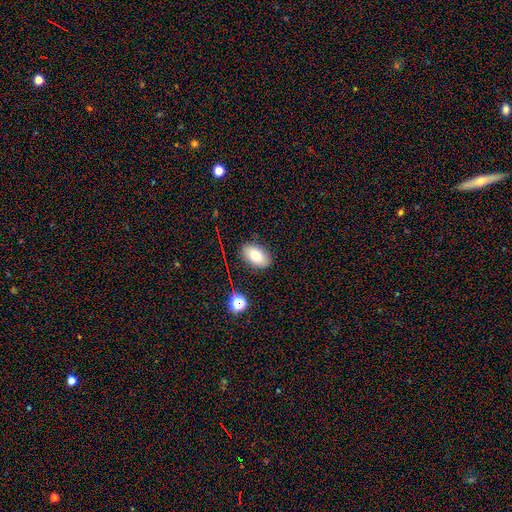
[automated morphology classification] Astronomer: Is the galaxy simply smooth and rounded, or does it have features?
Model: smooth — 75%.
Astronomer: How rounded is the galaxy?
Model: in between — 90%.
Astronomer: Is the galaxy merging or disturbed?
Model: none — 85%.